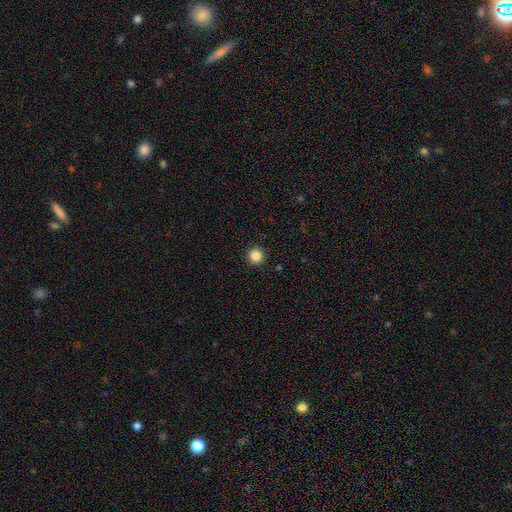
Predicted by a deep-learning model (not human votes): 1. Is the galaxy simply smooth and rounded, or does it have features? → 86% smooth, 11% star or artifact, 3% featured or disk.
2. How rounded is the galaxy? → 96% round, 3% in between, 1% cigar-shaped.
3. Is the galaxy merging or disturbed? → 93% none, 5% minor disturbance, 2% major disturbance, 1% merger.